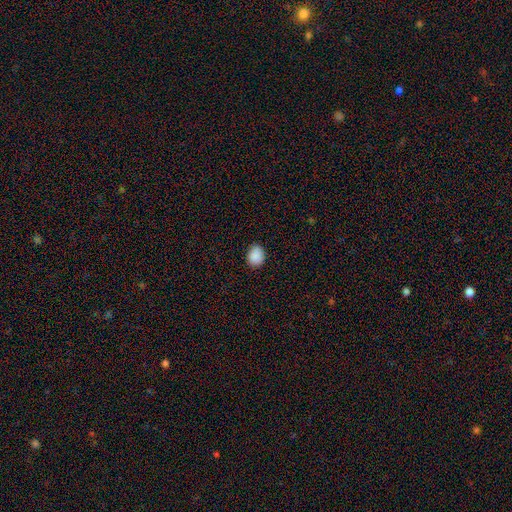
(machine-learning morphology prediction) Smooth or featured: smooth — 90% (star or artifact — 8%)
How rounded: round — 54% (in between — 45%)
Merging: none — 88% (minor disturbance — 9%)